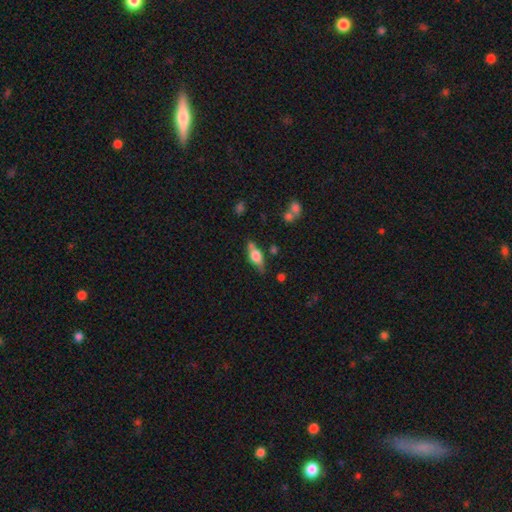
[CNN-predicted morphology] This appears to be a smooth galaxy with no disk features (56%) that is in between round and cigar-shaped (72%). Merging: none (63%).